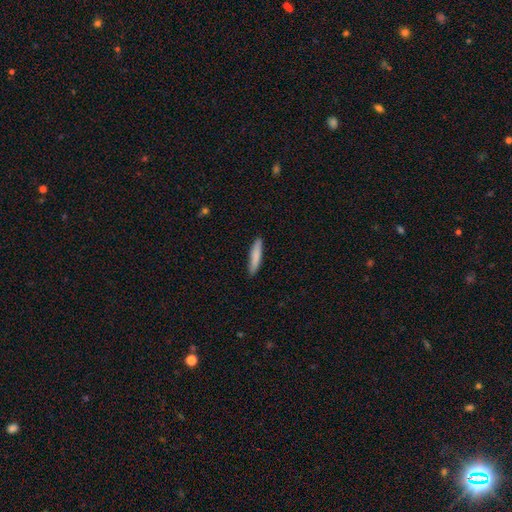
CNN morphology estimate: smooth 83%, featured or disk 12%, star or artifact 5%. Down the decision tree: how rounded — cigar-shaped (88%); merging — none (89%).